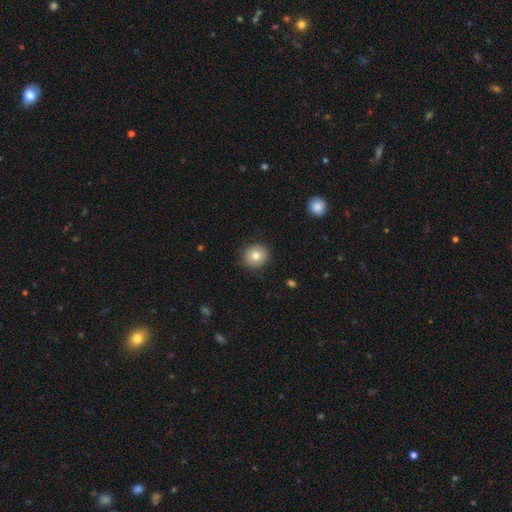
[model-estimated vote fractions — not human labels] Smooth or featured: smooth — 79% (featured or disk — 11%)
How rounded: round — 88% (in between — 11%)
Merging: none — 88% (minor disturbance — 9%)